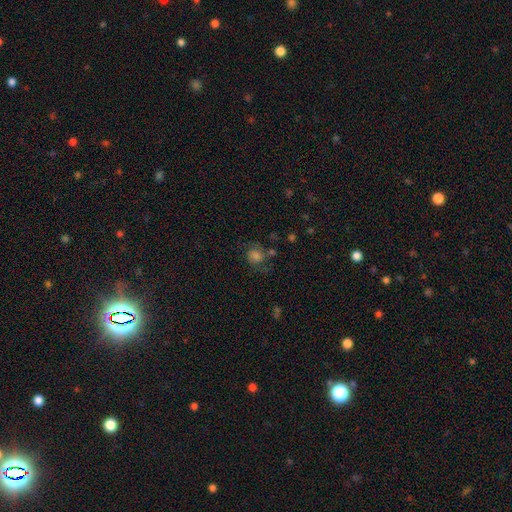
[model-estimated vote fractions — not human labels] smooth 57%, star or artifact 22%, featured or disk 22%. Down the decision tree: how rounded — round (70%); merging — none (57%).